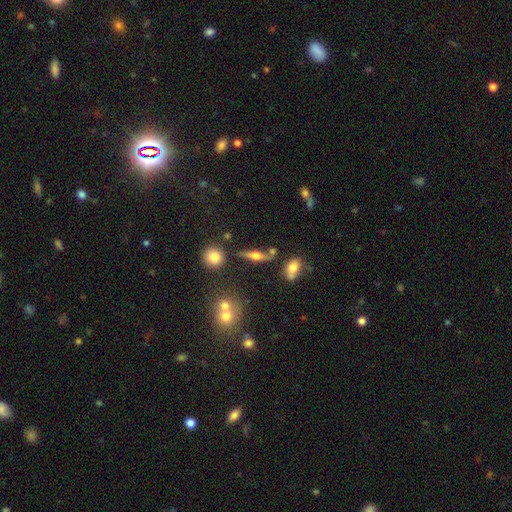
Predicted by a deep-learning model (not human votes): Smooth or featured? Predicted: featured or disk (p=0.64). Edge-on disk? Predicted: yes (p=0.92). Edge-on bulge? Predicted: rounded (p=0.94). Merging? Predicted: none (p=0.74).